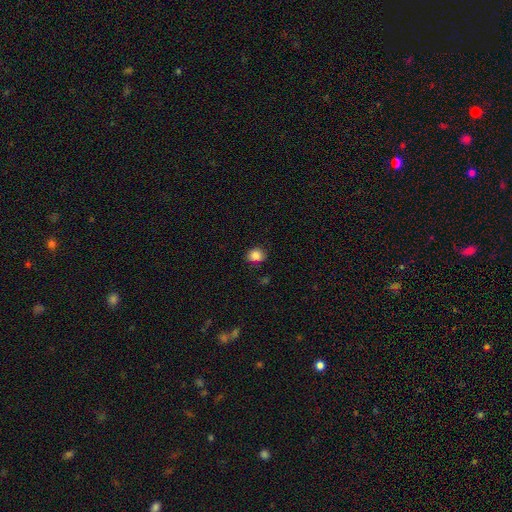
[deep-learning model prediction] A smooth galaxy with no disk features (85%) that is round (64%).

Vote fractions:
- Smooth or featured? smooth: 85% / star or artifact: 10% / featured or disk: 5%
- How rounded? round: 64% / in between: 35% / cigar-shaped: 1%
- Merging? none: 82% / minor disturbance: 13% / major disturbance: 3% / merger: 2%